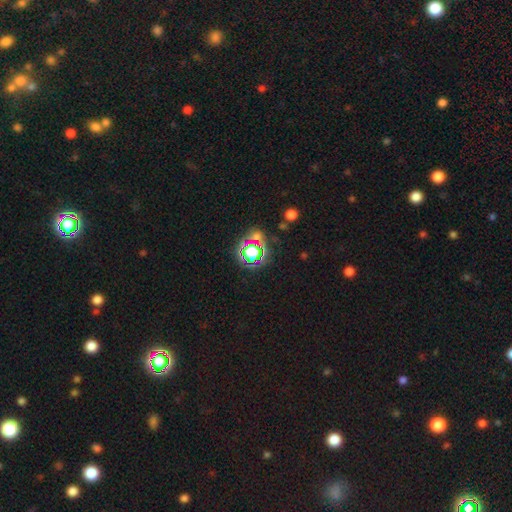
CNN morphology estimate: type=star or artifact (59%).